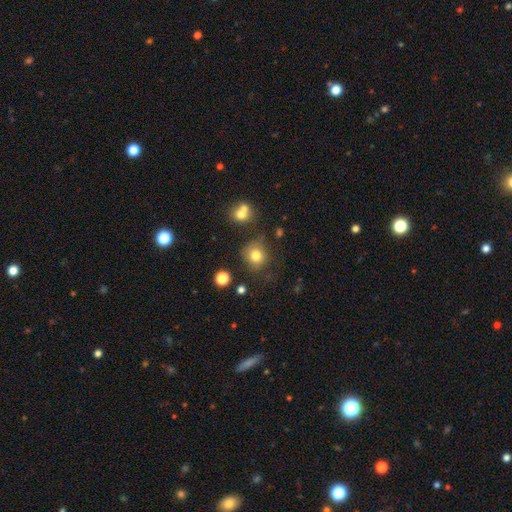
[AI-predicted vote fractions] Smooth or featured? Predicted: smooth (p=0.79). How rounded? Predicted: round (p=0.88). Merging? Predicted: none (p=0.73).